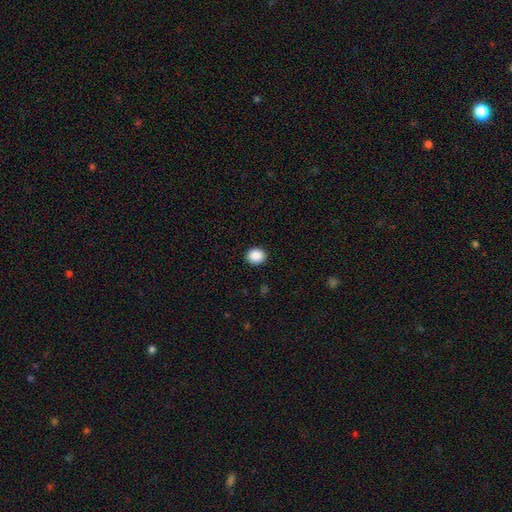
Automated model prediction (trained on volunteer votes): Q: Smooth or featured?
A: smooth (89%); runner-up: star or artifact (9%)
Q: How rounded?
A: round (68%); runner-up: in between (31%)
Q: Merging?
A: none (92%); runner-up: minor disturbance (6%)